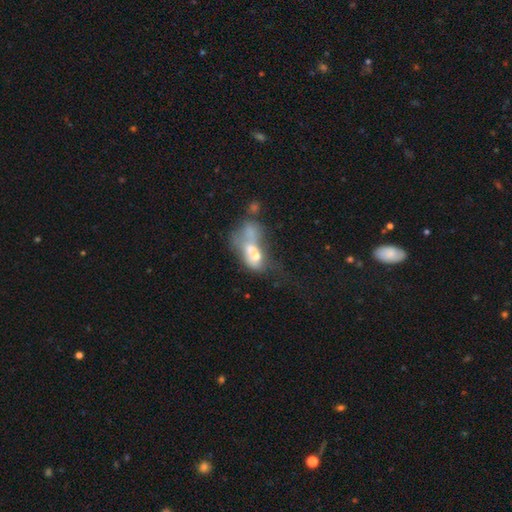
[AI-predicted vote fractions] The model was most divided on "smooth or featured": smooth: 47%, featured or disk: 41%, star or artifact: 12%. More confident: merging — merger (60%).